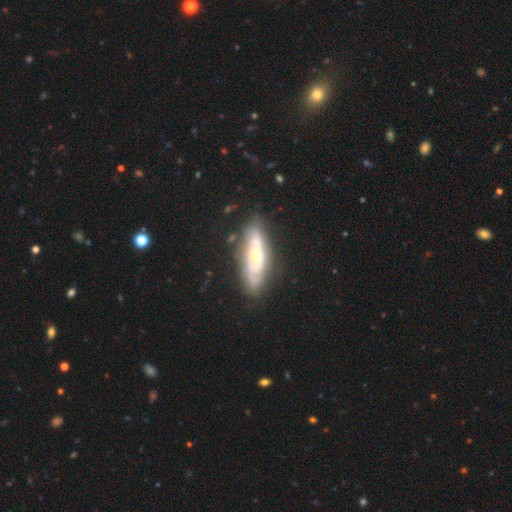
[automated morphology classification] type=featured or disk (65%); edge-on=no (76%); merging=none (73%).